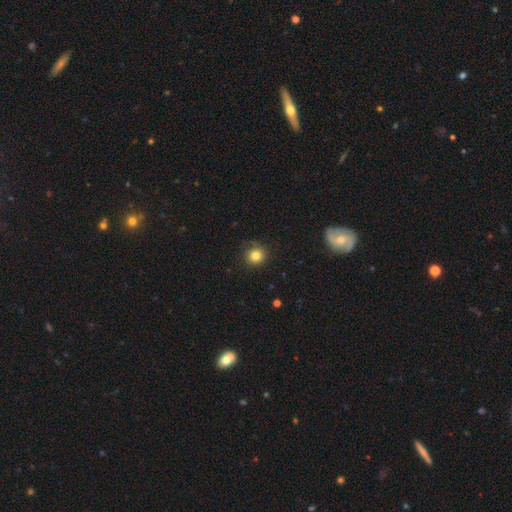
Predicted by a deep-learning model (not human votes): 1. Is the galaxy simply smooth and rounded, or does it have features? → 81% smooth, 13% star or artifact, 6% featured or disk.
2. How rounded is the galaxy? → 92% round, 7% in between, 1% cigar-shaped.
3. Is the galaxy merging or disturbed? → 86% none, 10% minor disturbance, 3% major disturbance, 1% merger.